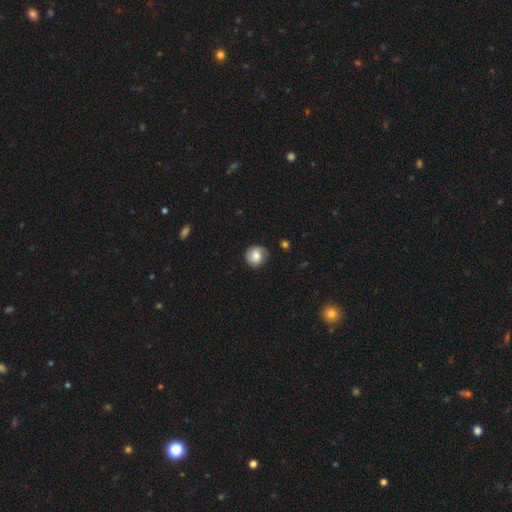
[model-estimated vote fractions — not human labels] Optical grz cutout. It shows a smooth galaxy with no disk features (67%) that is round (86%). Merging: none (77%).